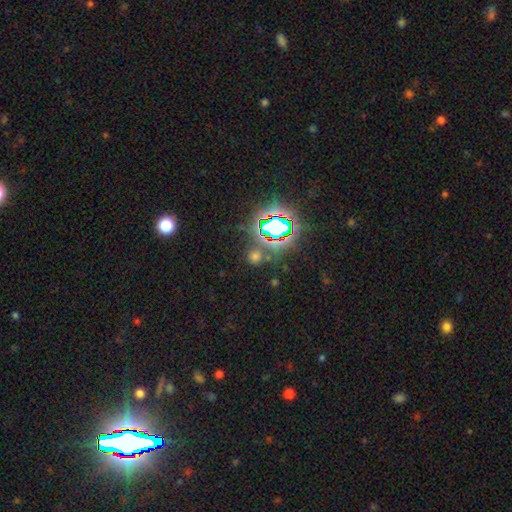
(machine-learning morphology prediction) Overall: star or artifact (49%; smooth 43%).